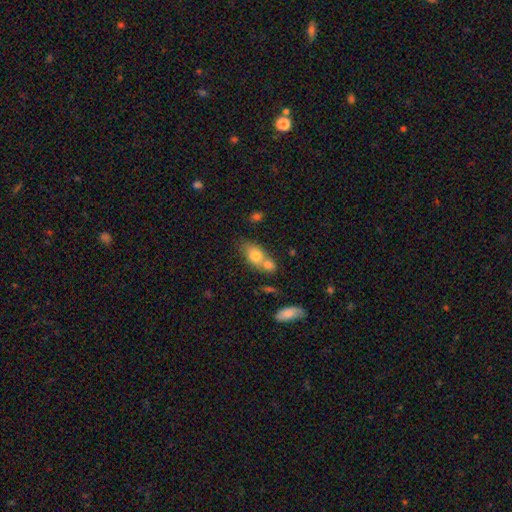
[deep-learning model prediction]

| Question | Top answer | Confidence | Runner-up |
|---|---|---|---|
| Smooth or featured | smooth | 74% | featured or disk (17%) |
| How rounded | in between | 74% | round (22%) |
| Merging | merger | 51% | none (34%) |